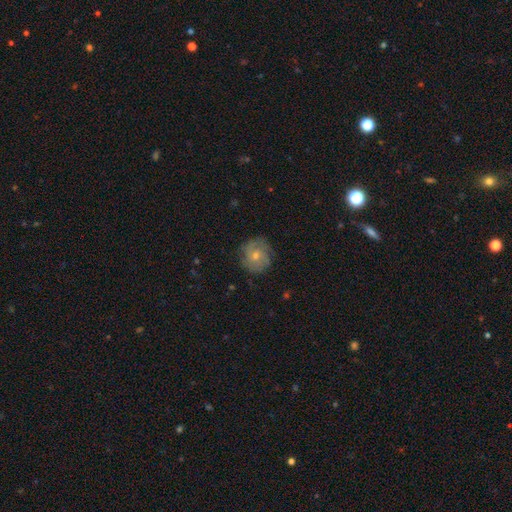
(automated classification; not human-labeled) Smooth or featured?
  - featured or disk: 48% *
  - smooth: 43%
  - star or artifact: 8%
Merging?
  - none: 76% *
  - minor disturbance: 17%
  - major disturbance: 6%
  - merger: 1%